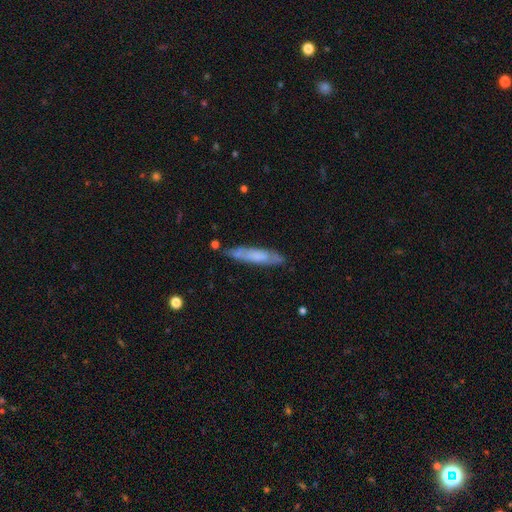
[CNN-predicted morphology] smooth-or-featured: smooth: 50% | featured or disk: 43% | star or artifact: 7%
  merging: none: 74% | minor disturbance: 18% | major disturbance: 4% | merger: 3%